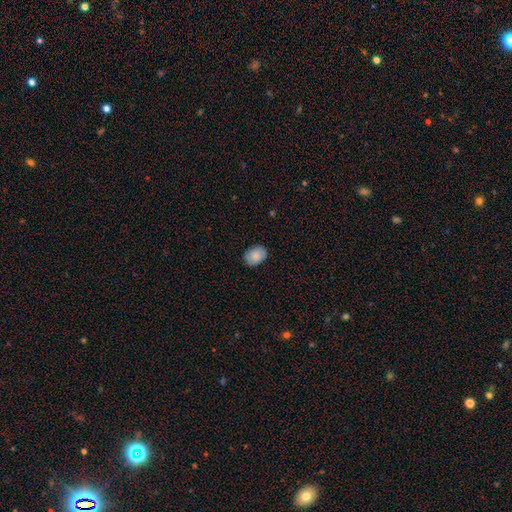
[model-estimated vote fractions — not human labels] Q: Smooth or featured?
A: smooth (85%); runner-up: featured or disk (8%)
Q: How rounded?
A: in between (70%); runner-up: round (29%)
Q: Merging?
A: none (84%); runner-up: minor disturbance (13%)